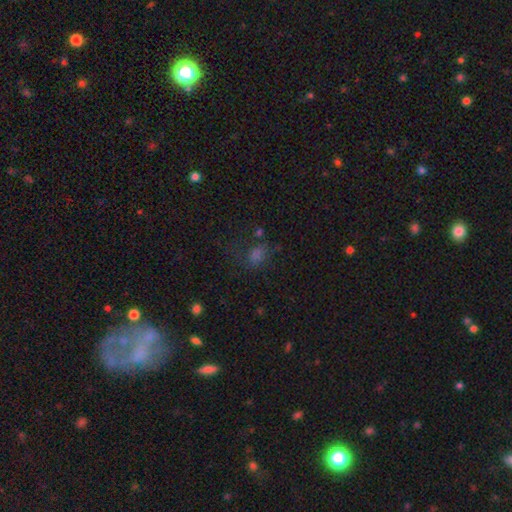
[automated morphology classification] Smooth or featured? smooth (57%)
How rounded? in between (65%)
Merging? none (53%)